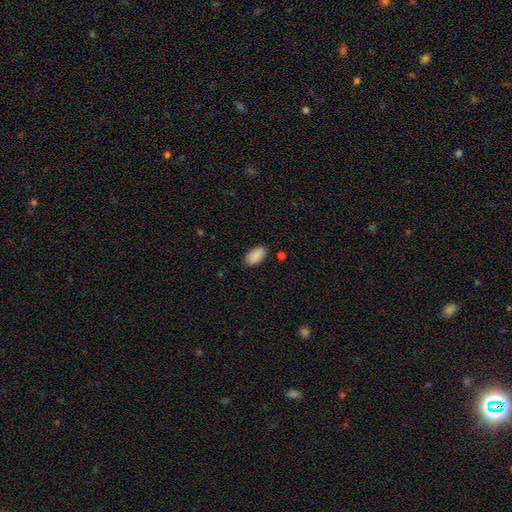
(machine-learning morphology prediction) smooth_or_featured: smooth (p=0.90) [alt: star or artifact p=0.07]
how_rounded: in between (p=0.95) [alt: round p=0.03]
merging: none (p=0.84) [alt: minor disturbance p=0.12]